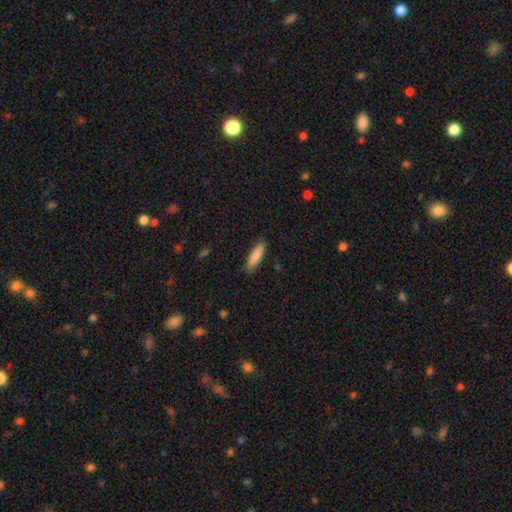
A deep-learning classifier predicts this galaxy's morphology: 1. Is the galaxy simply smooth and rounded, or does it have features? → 86% smooth, 8% featured or disk, 6% star or artifact.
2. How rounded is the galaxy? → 63% cigar-shaped, 35% in between, 1% round.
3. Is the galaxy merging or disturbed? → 84% none, 13% minor disturbance, 2% major disturbance, 1% merger.